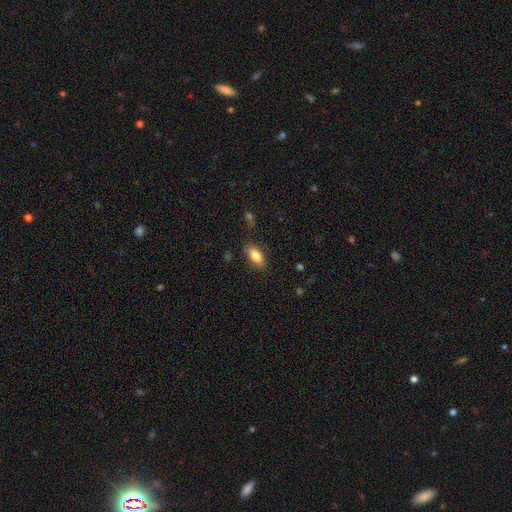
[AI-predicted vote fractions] A smooth galaxy with no disk features (80%) that is in between round and cigar-shaped (86%). Merging: none (80%).